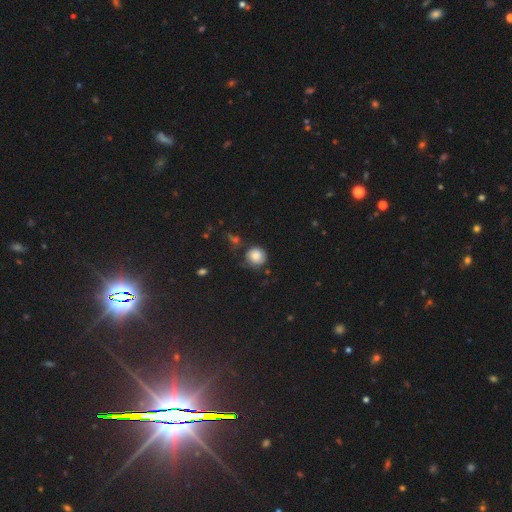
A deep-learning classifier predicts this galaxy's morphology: smooth_or_featured: smooth (p=0.80) [alt: featured or disk p=0.10]
how_rounded: round (p=0.88) [alt: in between p=0.11]
merging: none (p=0.65) [alt: minor disturbance p=0.22]